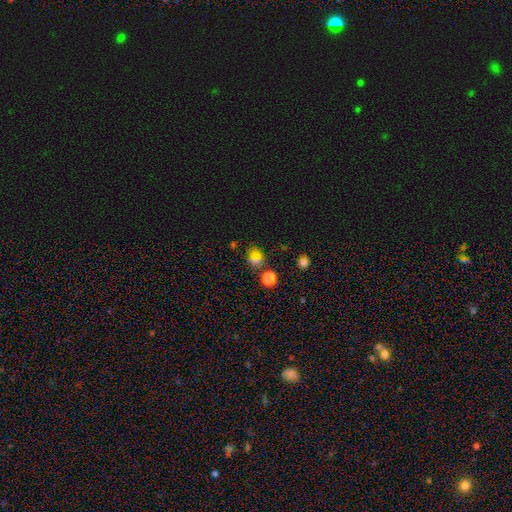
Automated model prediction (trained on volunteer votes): Morphology: type=smooth (59%); roundness=round (62%); merging=none (73%).